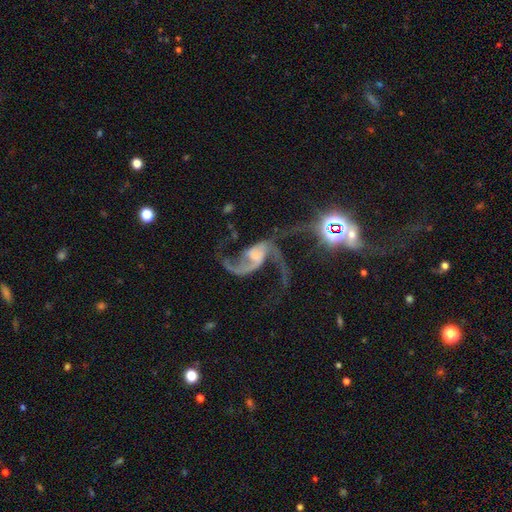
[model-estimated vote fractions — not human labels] Q: Smooth or featured?
A: featured or disk (85%); runner-up: star or artifact (9%)
Q: Edge-on disk?
A: no (97%); runner-up: yes (3%)
Q: Bar?
A: no (43%); runner-up: weak (38%)
Q: Spiral arms?
A: yes (94%); runner-up: no (6%)
Q: Spiral winding?
A: loose (79%); runner-up: medium (17%)
Q: Spiral arm count?
A: 2 (87%); runner-up: 1 (5%)
Q: Bulge size?
A: none (36%); runner-up: small (29%)
Q: Merging?
A: none (37%); runner-up: major disturbance (36%)